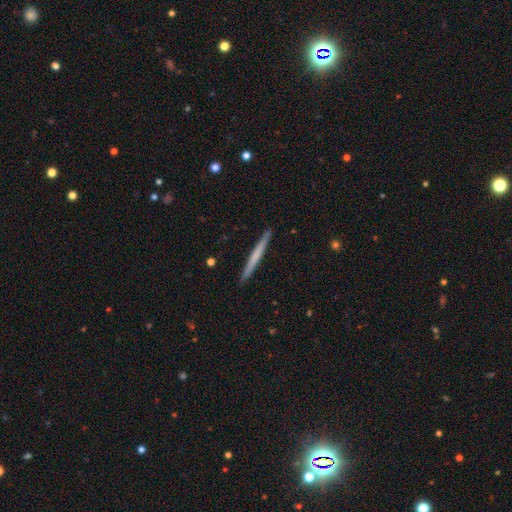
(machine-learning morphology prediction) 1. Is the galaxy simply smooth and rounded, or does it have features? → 52% smooth, 43% featured or disk, 5% star or artifact.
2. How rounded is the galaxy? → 97% cigar-shaped, 1% in between, 1% round.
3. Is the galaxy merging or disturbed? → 92% none, 5% minor disturbance, 1% major disturbance, 1% merger.